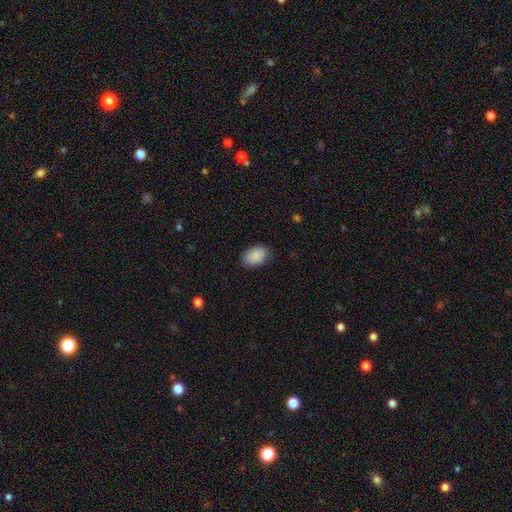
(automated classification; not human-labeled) Q: Smooth or featured?
A: smooth (90%); runner-up: star or artifact (6%)
Q: How rounded?
A: in between (87%); runner-up: round (12%)
Q: Merging?
A: none (84%); runner-up: minor disturbance (12%)